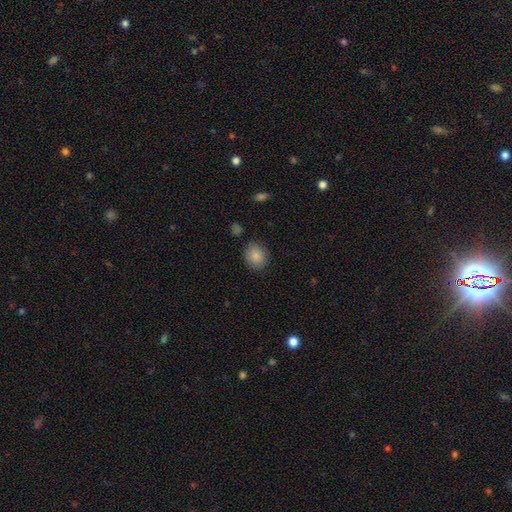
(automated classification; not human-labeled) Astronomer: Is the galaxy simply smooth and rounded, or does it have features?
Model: smooth — 87%.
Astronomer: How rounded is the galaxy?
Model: round — 71%.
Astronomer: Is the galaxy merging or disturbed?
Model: none — 87%.